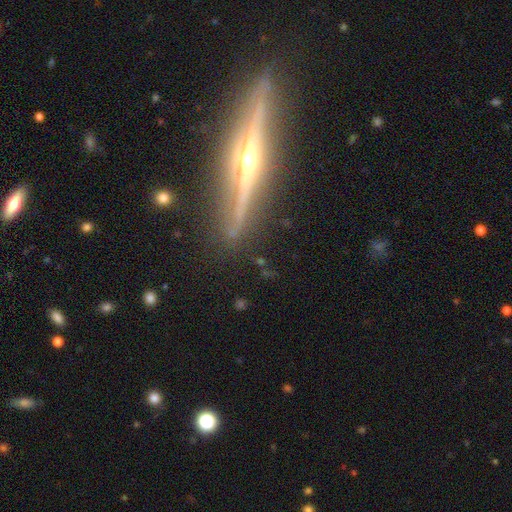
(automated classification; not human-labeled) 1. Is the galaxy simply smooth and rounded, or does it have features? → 86% featured or disk, 8% smooth, 6% star or artifact.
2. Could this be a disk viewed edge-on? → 97% yes, 3% no.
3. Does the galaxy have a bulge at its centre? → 92% rounded, 5% none, 3% boxy.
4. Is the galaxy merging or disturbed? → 88% none, 9% minor disturbance, 2% major disturbance, 2% merger.